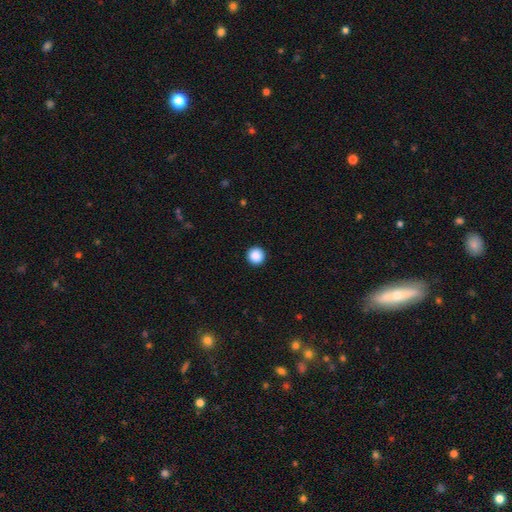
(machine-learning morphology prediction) This appears to be a smooth galaxy with no disk features (88%) that is round (96%). Merging: none (94%).